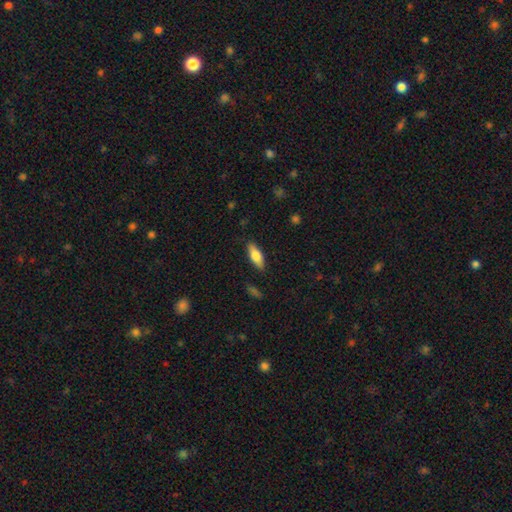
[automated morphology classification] The model was most divided on "how rounded": in between: 66%, cigar-shaped: 32%, round: 2%. More confident: merging — none (86%); smooth or featured — smooth (72%).